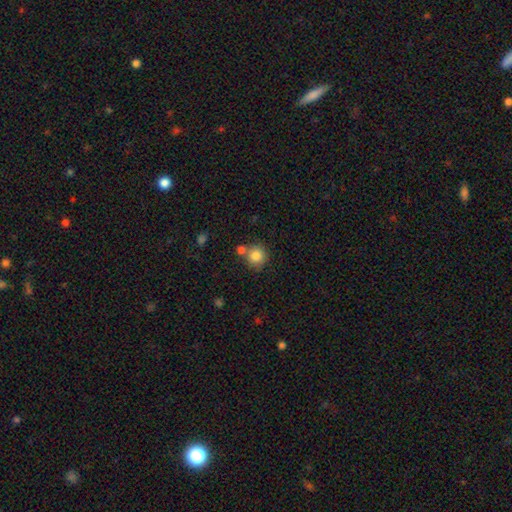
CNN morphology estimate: Smooth or featured? Predicted: smooth (p=0.83). How rounded? Predicted: round (p=0.92). Merging? Predicted: none (p=0.69).